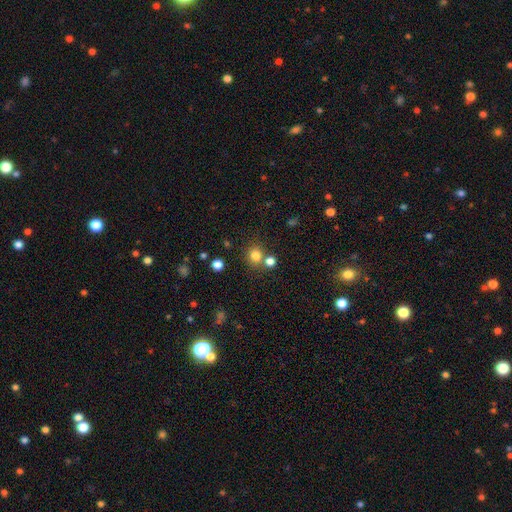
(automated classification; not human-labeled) smooth-or-featured: smooth: 80% | star or artifact: 14% | featured or disk: 6%
  how-rounded: round: 88% | in between: 11% | cigar-shaped: 1%
  merging: none: 70% | merger: 19% | minor disturbance: 8% | major disturbance: 3%